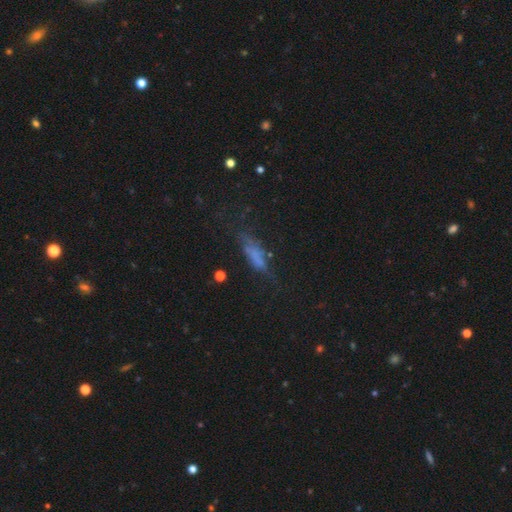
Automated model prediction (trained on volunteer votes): smooth 51%, featured or disk 29%, star or artifact 20%. Down the decision tree: how rounded — cigar-shaped (58%); merging — none (51%).